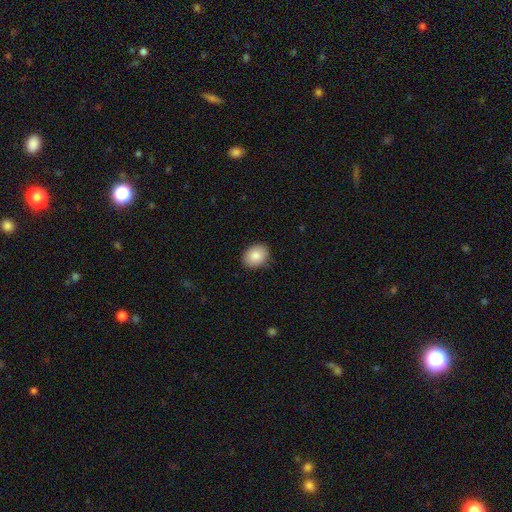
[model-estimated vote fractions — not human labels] Smooth or featured? smooth (85%)
How rounded? in between (59%)
Merging? none (88%)